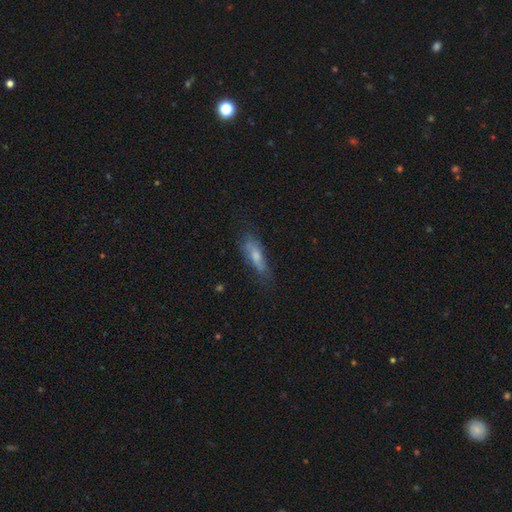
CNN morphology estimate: A smooth galaxy with no disk features (62%) that is cigar-shaped (51%). Merging: none (58%).